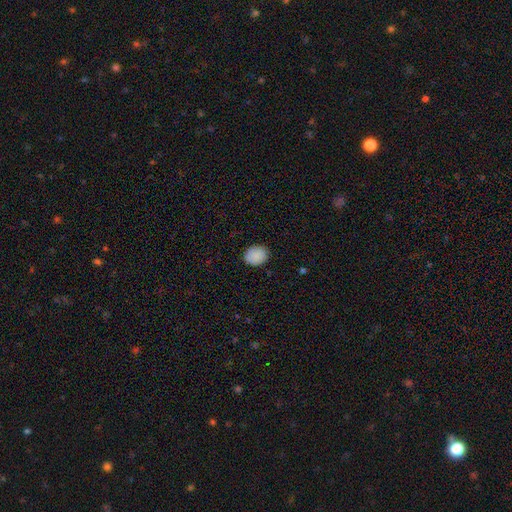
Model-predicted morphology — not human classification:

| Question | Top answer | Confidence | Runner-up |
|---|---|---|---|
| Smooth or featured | smooth | 88% | star or artifact (7%) |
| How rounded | round | 51% | in between (48%) |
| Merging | none | 87% | minor disturbance (10%) |